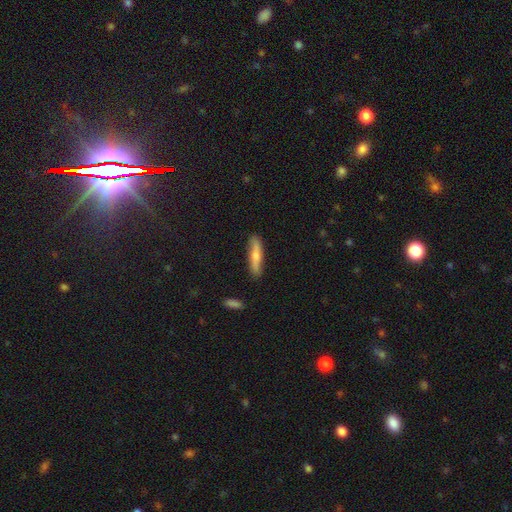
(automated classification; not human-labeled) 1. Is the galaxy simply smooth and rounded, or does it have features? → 60% smooth, 34% featured or disk, 6% star or artifact.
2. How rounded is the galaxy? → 85% cigar-shaped, 14% in between, 2% round.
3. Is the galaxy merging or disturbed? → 82% none, 14% minor disturbance, 2% major disturbance, 2% merger.